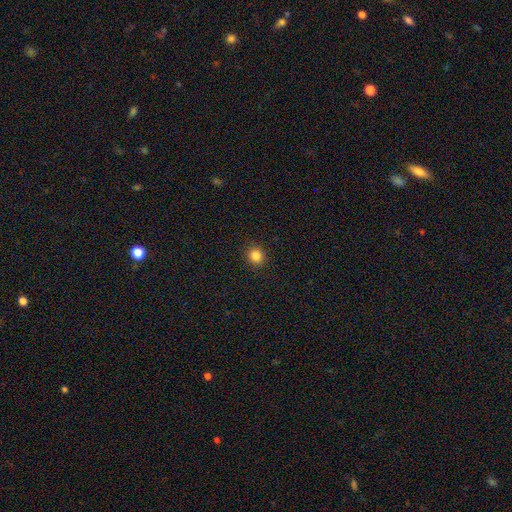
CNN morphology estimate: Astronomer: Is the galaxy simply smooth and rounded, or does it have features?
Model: smooth — 84%.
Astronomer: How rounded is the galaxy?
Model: round — 87%.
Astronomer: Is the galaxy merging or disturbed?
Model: none — 91%.